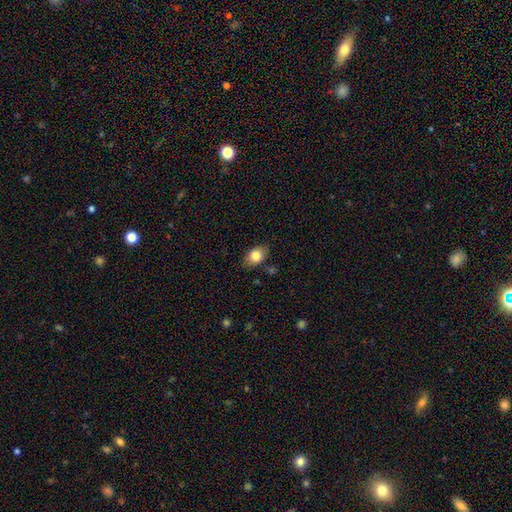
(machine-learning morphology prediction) Overall: smooth (80%). How rounded: in between (83%). Merging: none (80%).